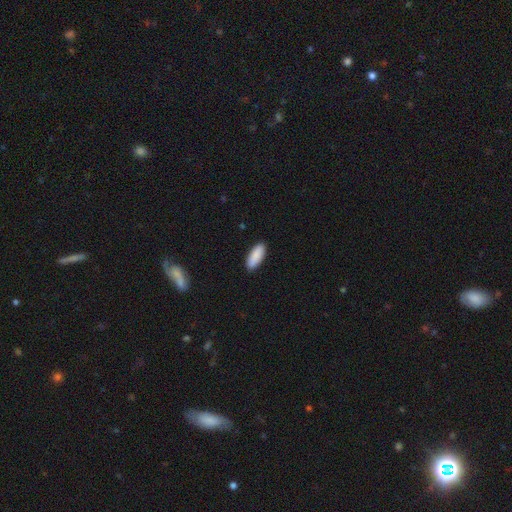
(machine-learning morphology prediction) This is clearly a smooth galaxy (90%). How rounded: likely in between (77%). Merging: clearly none (89%).